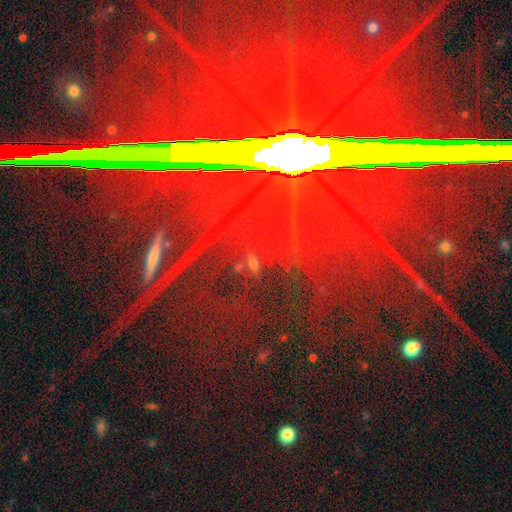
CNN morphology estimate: Overall: star or artifact (78%).